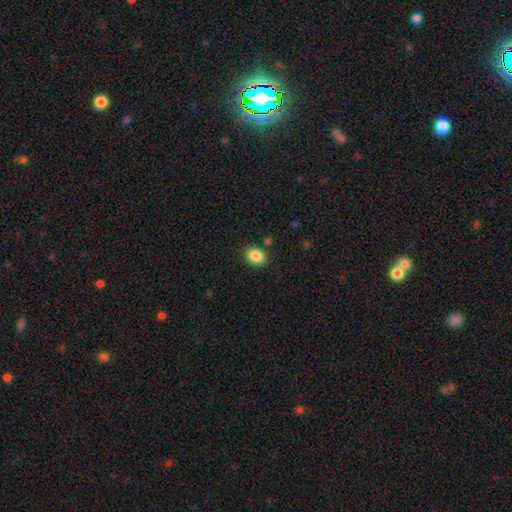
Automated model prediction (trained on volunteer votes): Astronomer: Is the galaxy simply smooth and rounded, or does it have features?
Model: smooth — 87%.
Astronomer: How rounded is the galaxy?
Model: in between — 54% (runner-up: round, 45%).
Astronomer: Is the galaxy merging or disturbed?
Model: none — 83%.